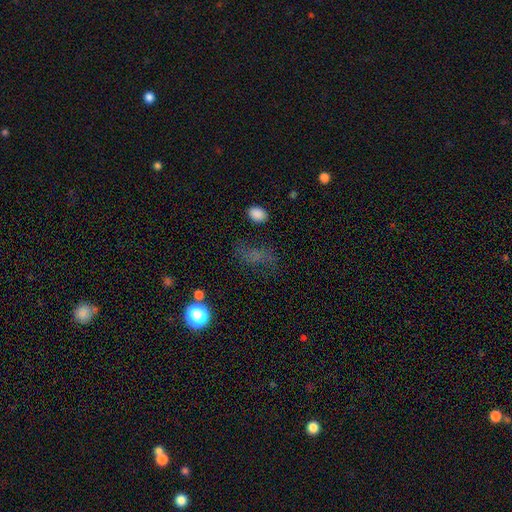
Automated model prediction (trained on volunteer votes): A smooth galaxy with no disk features (44%).

Vote fractions:
- Smooth or featured? smooth: 44% / star or artifact: 29% / featured or disk: 27%
- Merging? none: 58% / minor disturbance: 20% / major disturbance: 18% / merger: 4%